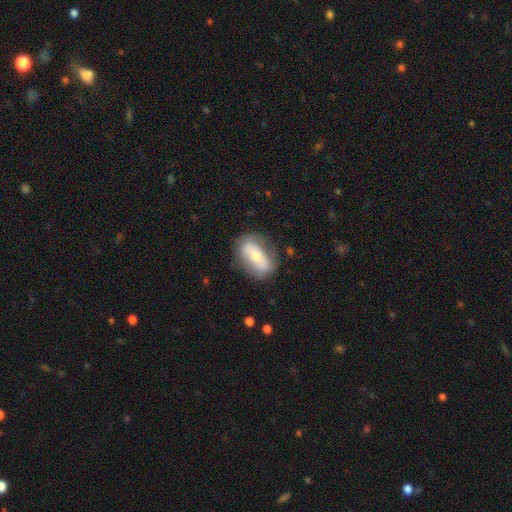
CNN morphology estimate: Smooth or featured?
  - smooth: 53% *
  - featured or disk: 41%
  - star or artifact: 7%
How rounded?
  - in between: 84% *
  - round: 10%
  - cigar-shaped: 6%
Merging?
  - none: 71% *
  - minor disturbance: 19%
  - major disturbance: 8%
  - merger: 2%